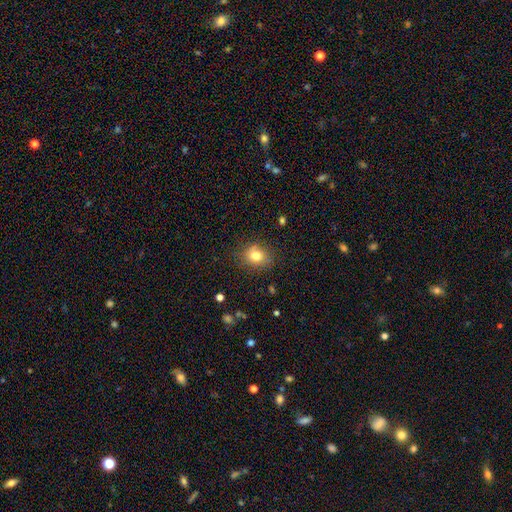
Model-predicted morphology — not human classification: Overall: smooth (78%). How rounded: round (64%; in between 35%). Merging: none (78%).